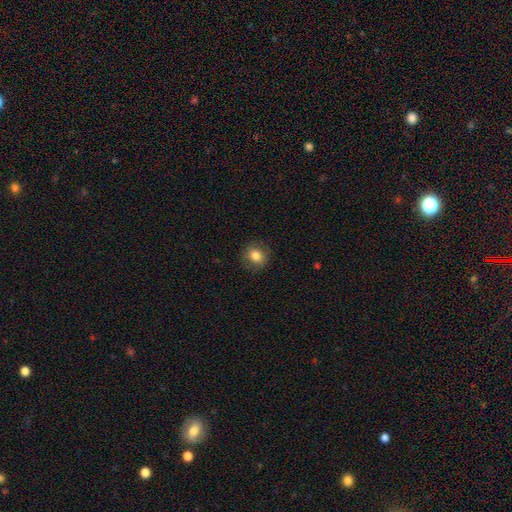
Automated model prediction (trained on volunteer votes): smooth_or_featured: smooth (p=0.80) [alt: featured or disk p=0.10]
how_rounded: round (p=0.81) [alt: in between p=0.18]
merging: none (p=0.86) [alt: minor disturbance p=0.10]